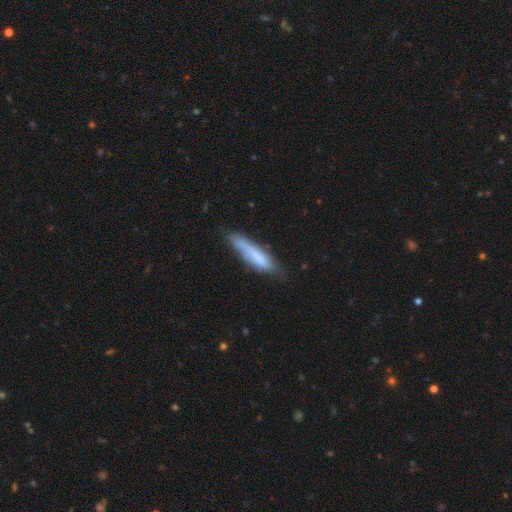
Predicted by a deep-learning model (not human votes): This is likely a smooth galaxy (70%). How rounded: likely cigar-shaped (80%). Merging: possibly none (58%).